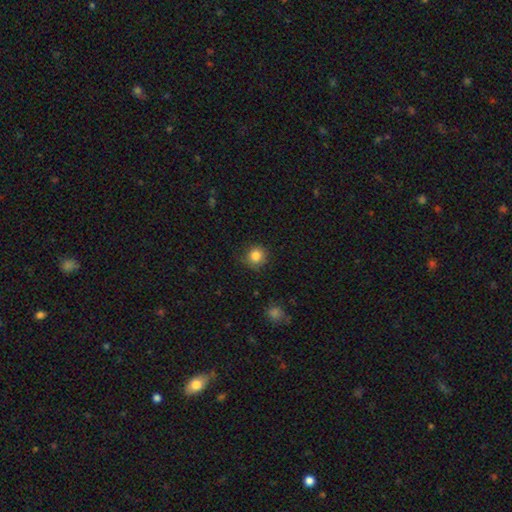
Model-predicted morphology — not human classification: A smooth galaxy with no disk features (84%) that is round (91%).

Vote fractions:
- Smooth or featured? smooth: 84% / star or artifact: 11% / featured or disk: 5%
- How rounded? round: 91% / in between: 8% / cigar-shaped: 1%
- Merging? none: 82% / minor disturbance: 13% / major disturbance: 3% / merger: 1%